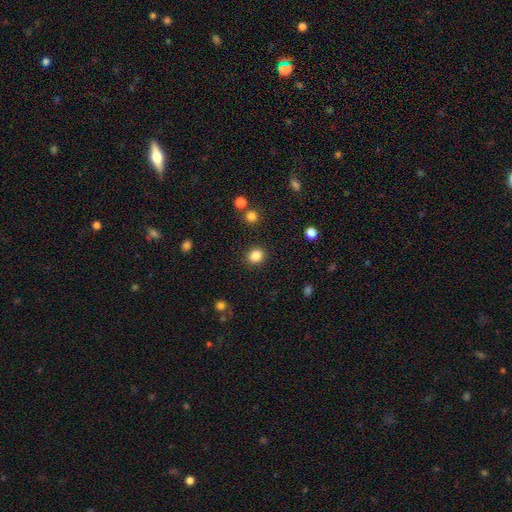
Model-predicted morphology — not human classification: smooth 85%, star or artifact 11%, featured or disk 4%. Down the decision tree: how rounded — round (70%); merging — none (90%).